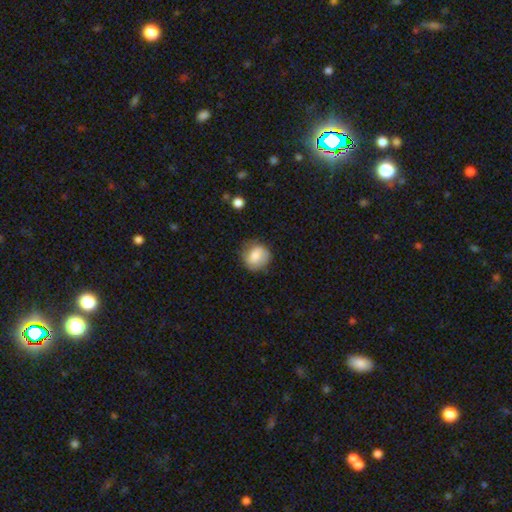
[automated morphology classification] smooth-or-featured: smooth: 69% | featured or disk: 23% | star or artifact: 8%
  how-rounded: round: 82% | in between: 17% | cigar-shaped: 1%
  merging: none: 71% | minor disturbance: 21% | major disturbance: 6% | merger: 2%